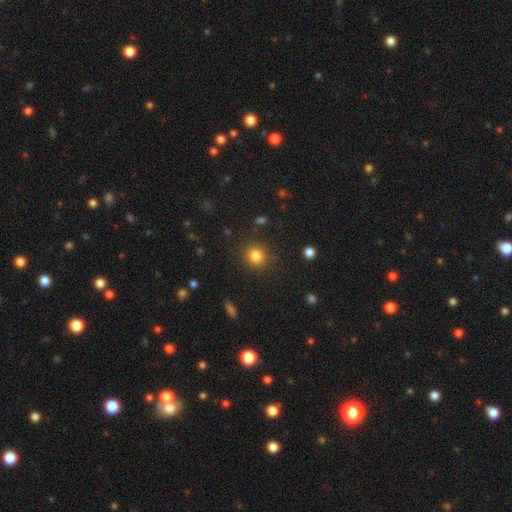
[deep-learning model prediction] Smooth or featured? smooth (83%)
How rounded? round (89%)
Merging? none (87%)